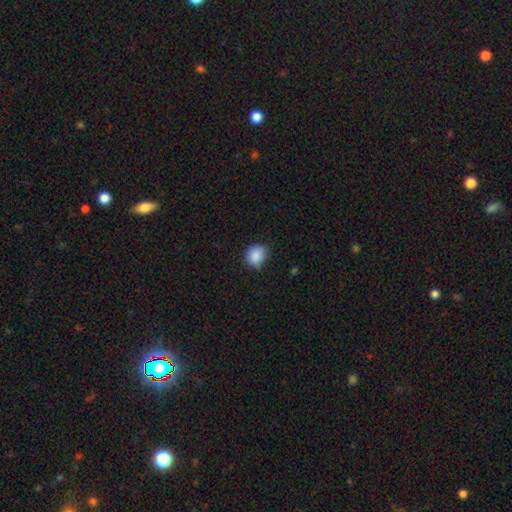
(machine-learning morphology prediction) Overall: smooth (86%). How rounded: round (72%). Merging: none (66%; minor disturbance 28%).